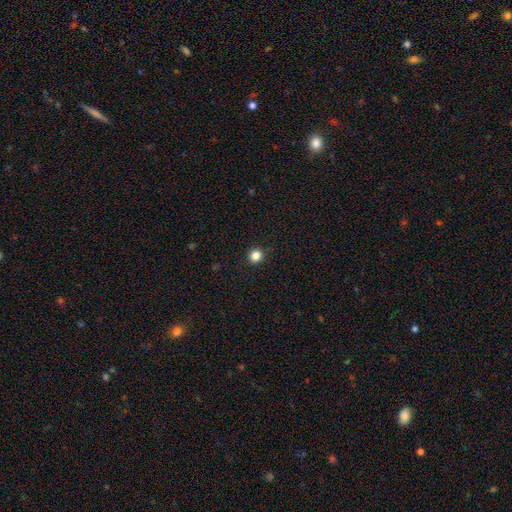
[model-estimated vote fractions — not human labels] smooth-or-featured: smooth: 83% | star or artifact: 13% | featured or disk: 4%
  how-rounded: round: 93% | in between: 6% | cigar-shaped: 1%
  merging: none: 92% | minor disturbance: 5% | major disturbance: 2% | merger: 1%